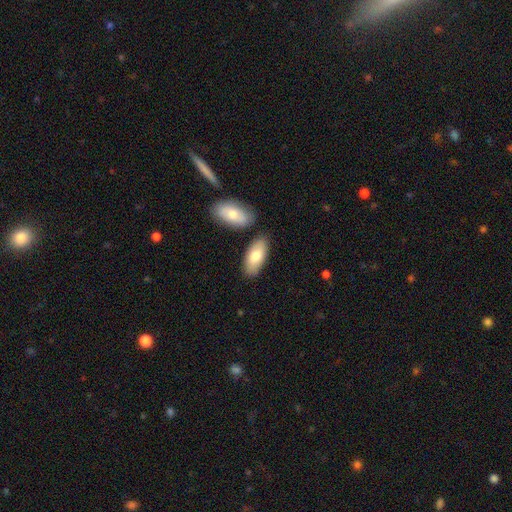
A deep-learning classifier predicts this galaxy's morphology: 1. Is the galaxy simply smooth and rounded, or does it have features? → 78% smooth, 17% featured or disk, 5% star or artifact.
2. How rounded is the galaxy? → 90% in between, 7% cigar-shaped, 2% round.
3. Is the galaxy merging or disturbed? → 76% none, 12% minor disturbance, 10% merger, 3% major disturbance.